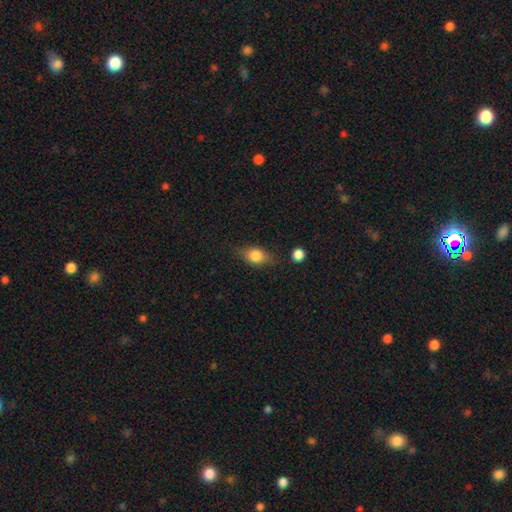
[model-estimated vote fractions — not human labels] Morphology: type=smooth (74%); roundness=in between (65%); merging=none (69%).